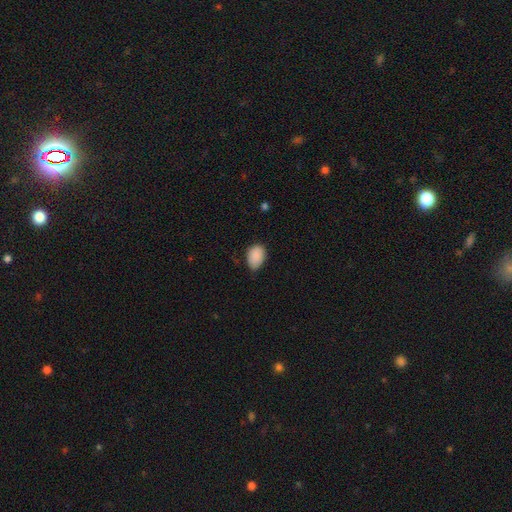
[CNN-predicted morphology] smooth-or-featured: smooth: 89% | star or artifact: 7% | featured or disk: 4%
  how-rounded: in between: 85% | round: 14% | cigar-shaped: 1%
  merging: none: 63% | minor disturbance: 32% | major disturbance: 4% | merger: 1%